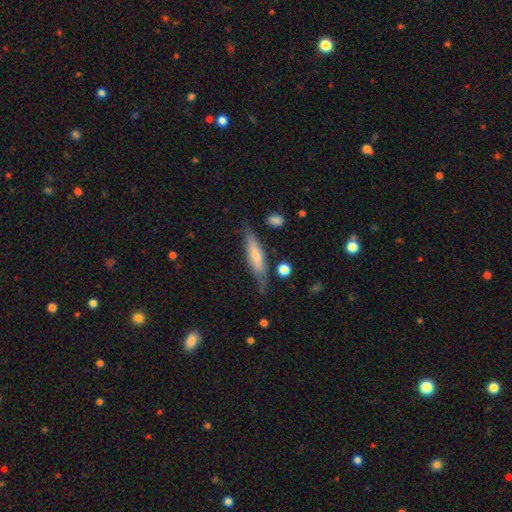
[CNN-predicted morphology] Smooth or featured? smooth (60%)
How rounded? cigar-shaped (79%)
Merging? none (70%)